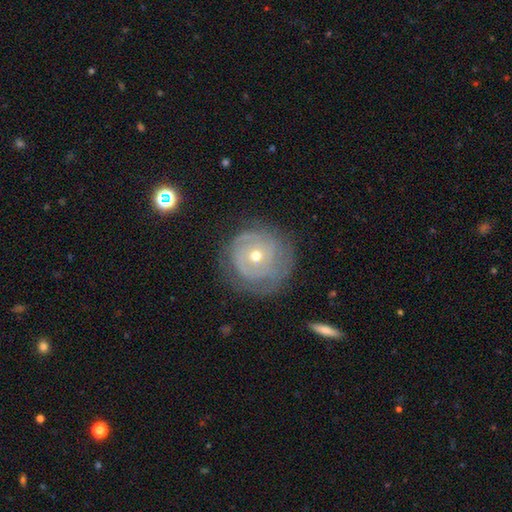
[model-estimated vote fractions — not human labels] smooth-or-featured: featured or disk: 70% | smooth: 22% | star or artifact: 8%
  disk-edge-on: no: 97% | yes: 3%
    bar: no: 81% | weak: 15% | strong: 4%
    has-spiral-arms: yes: 79% | no: 21%
      spiral-winding: tight: 73% | medium: 19% | loose: 7%
      spiral-arm-count: can't tell: 46% | 2: 23% | 3: 14% | 1: 7% | 4: 5% | more than 4: 4%
    bulge-size: moderate: 52% | small: 44% | large: 2% | none: 1% | dominant: 1%
  merging: none: 70% | minor disturbance: 19% | major disturbance: 10% | merger: 1%